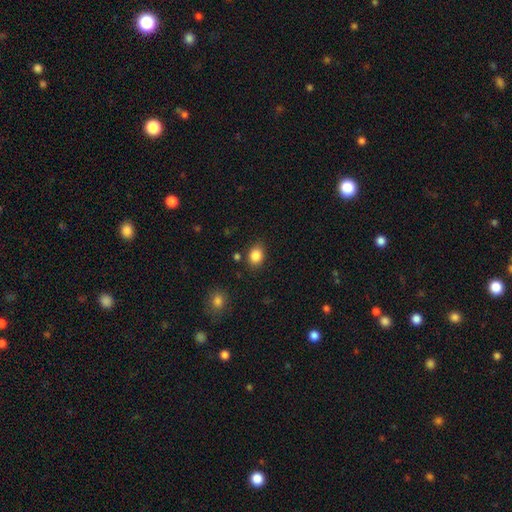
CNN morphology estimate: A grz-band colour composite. It shows a smooth galaxy with no disk features (85%) that is in between round and cigar-shaped (55%). Merging: none (81%).